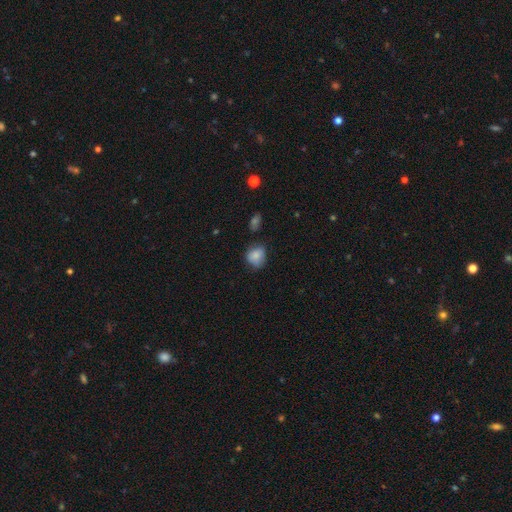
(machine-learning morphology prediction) A smooth galaxy with no disk features (81%) that is round (63%). Merging: none (57%).